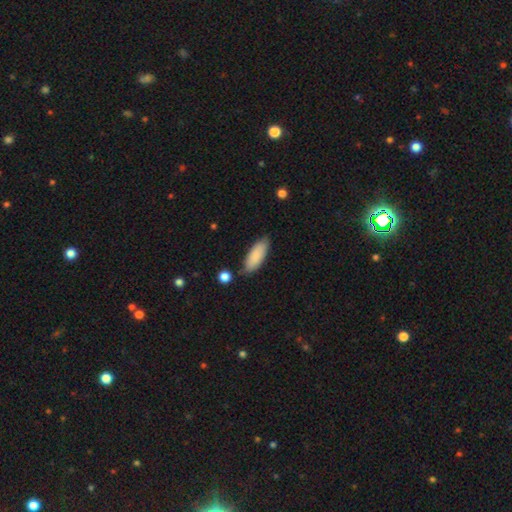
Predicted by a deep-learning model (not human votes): This appears to be a smooth galaxy with no disk features (87%) that is in between round and cigar-shaped (70%). Merging: none (78%).